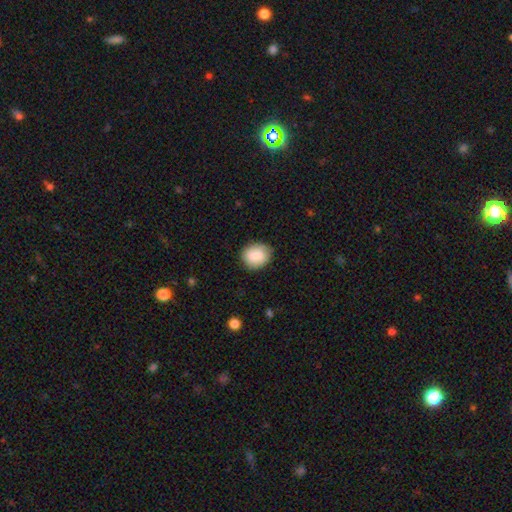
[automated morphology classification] smooth 86%, featured or disk 7%, star or artifact 7%. Down the decision tree: how rounded — round (64%); merging — none (82%).